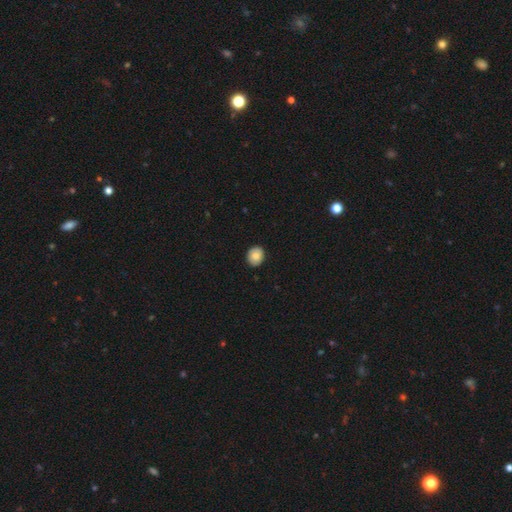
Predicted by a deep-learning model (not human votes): Q: Smooth or featured?
A: smooth (81%); runner-up: featured or disk (11%)
Q: How rounded?
A: round (72%); runner-up: in between (27%)
Q: Merging?
A: none (90%); runner-up: minor disturbance (8%)